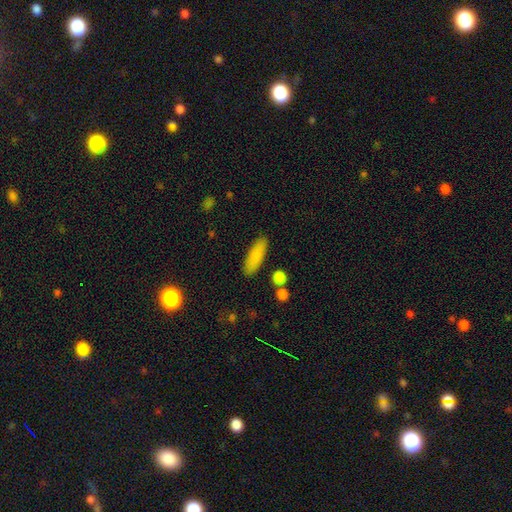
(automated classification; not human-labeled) smooth 83%, featured or disk 11%, star or artifact 7%. Down the decision tree: how rounded — in between (54%); merging — none (86%).